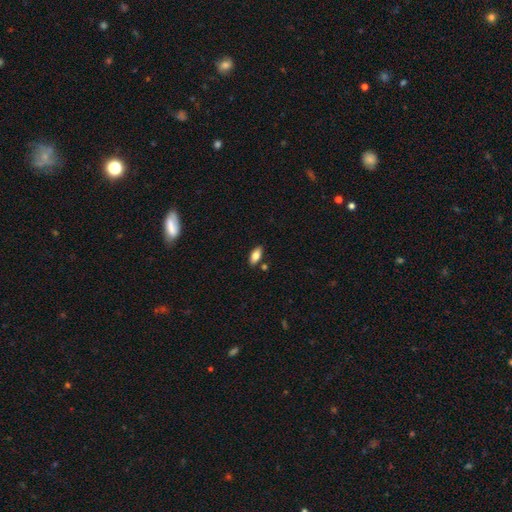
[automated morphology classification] Overall: smooth (80%). How rounded: in between (89%). Merging: none (83%).